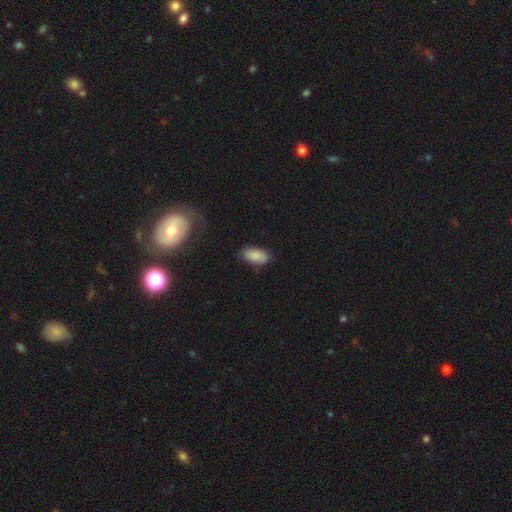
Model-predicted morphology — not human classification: type=smooth (86%); roundness=in between (93%); merging=none (78%).